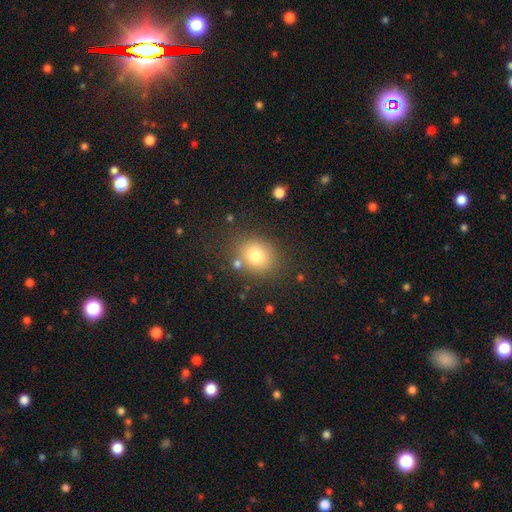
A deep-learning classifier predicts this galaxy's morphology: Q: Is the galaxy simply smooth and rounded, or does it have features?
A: smooth — 77%.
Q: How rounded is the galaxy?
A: round — 67%.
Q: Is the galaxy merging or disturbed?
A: none — 76%.